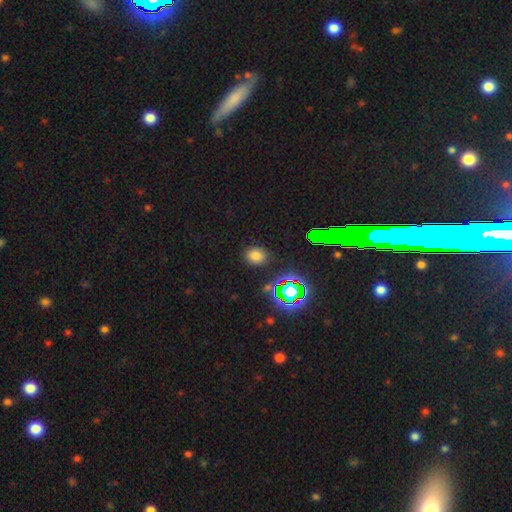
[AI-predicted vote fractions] Q: Smooth or featured?
A: smooth (68%); runner-up: star or artifact (25%)
Q: How rounded?
A: round (60%); runner-up: in between (38%)
Q: Merging?
A: none (87%); runner-up: minor disturbance (9%)